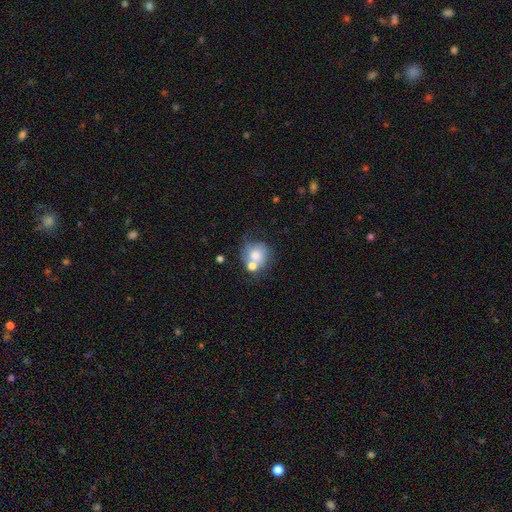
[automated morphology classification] Smooth or featured: smooth — 68% (featured or disk — 22%)
How rounded: round — 79% (in between — 20%)
Merging: none — 40% (merger — 32%)